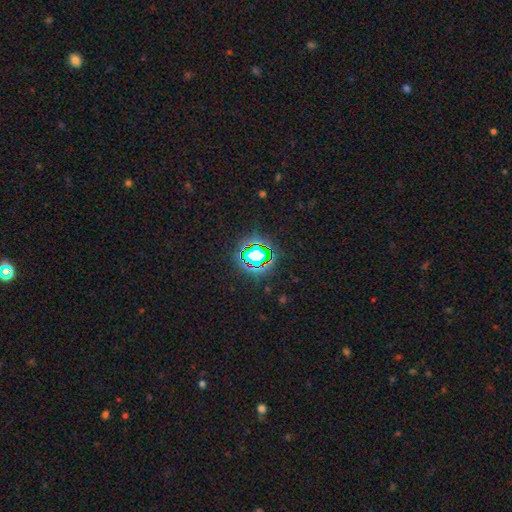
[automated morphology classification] smooth-or-featured: star or artifact: 70% | smooth: 18% | featured or disk: 11%